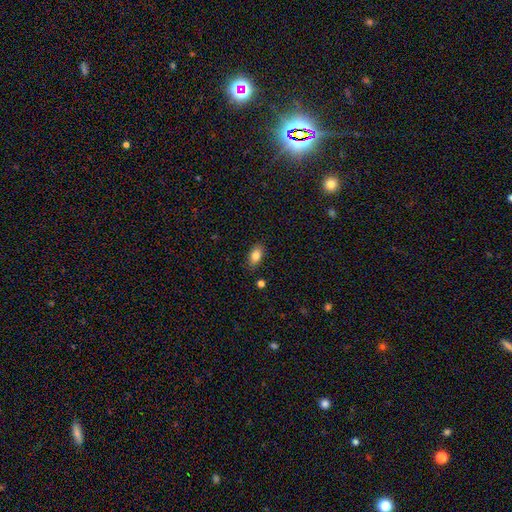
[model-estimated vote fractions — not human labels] A smooth galaxy with no disk features (83%) that is in between round and cigar-shaped (89%).

Vote fractions:
- Smooth or featured? smooth: 83% / featured or disk: 9% / star or artifact: 8%
- How rounded? in between: 89% / round: 7% / cigar-shaped: 4%
- Merging? none: 85% / minor disturbance: 11% / major disturbance: 2% / merger: 2%